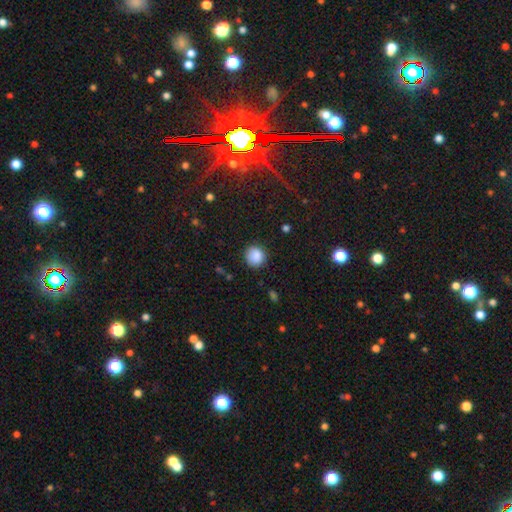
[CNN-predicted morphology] Overall: smooth (87%). How rounded: round (89%). Merging: none (83%).